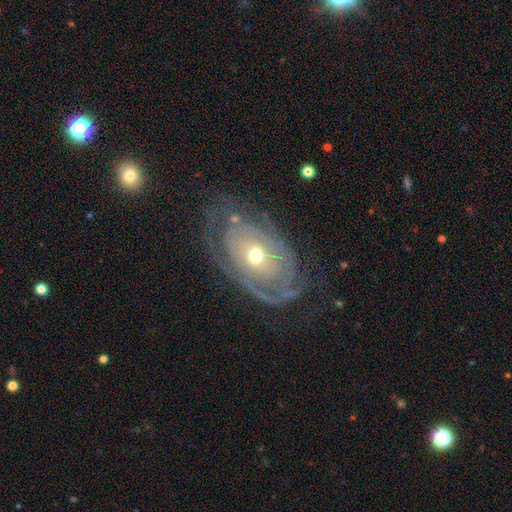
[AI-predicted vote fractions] Morphology: type=featured or disk (81%); edge-on=no (94%); bar=no (78%); spiral arms=yes (80%); winding=tight (61%); arm count=2 (44%); bulge=moderate (60%); merging=none (61%).